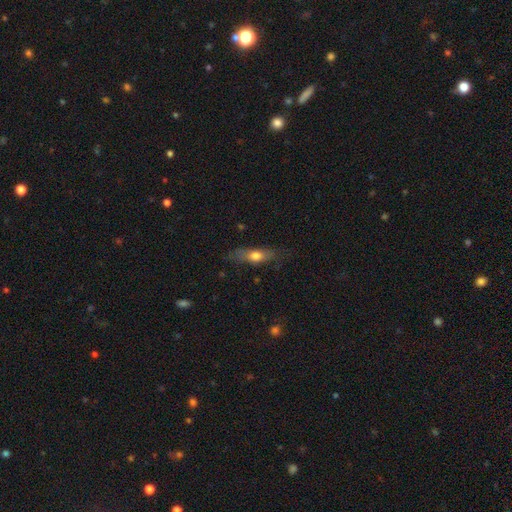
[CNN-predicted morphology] Smooth or featured: smooth — 63% (featured or disk — 30%)
How rounded: in between — 50% (cigar-shaped — 45%)
Merging: none — 67% (minor disturbance — 23%)